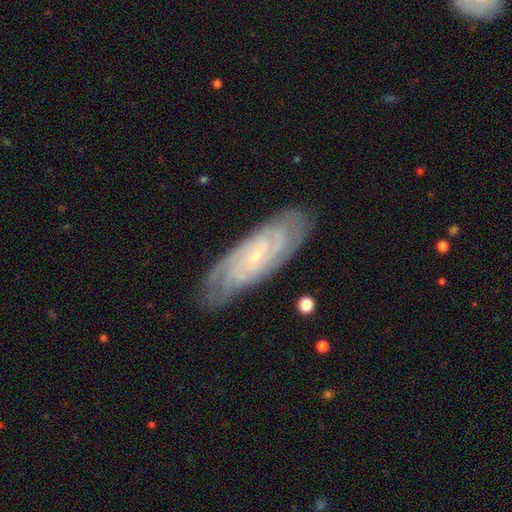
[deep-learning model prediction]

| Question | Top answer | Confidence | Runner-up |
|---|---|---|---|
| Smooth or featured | featured or disk | 86% | smooth (8%) |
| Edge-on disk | no | 91% | yes (9%) |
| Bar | no | 61% | weak (30%) |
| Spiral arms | yes | 97% | no (3%) |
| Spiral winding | tight | 73% | medium (23%) |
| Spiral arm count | can't tell | 28% | 2 (21%) |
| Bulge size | small | 85% | moderate (11%) |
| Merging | none | 82% | minor disturbance (14%) |